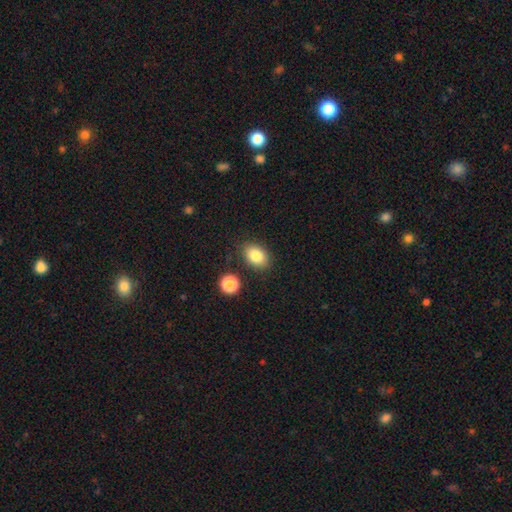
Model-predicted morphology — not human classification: Smooth or featured? Predicted: smooth (p=0.84). How rounded? Predicted: in between (p=0.79). Merging? Predicted: none (p=0.83).